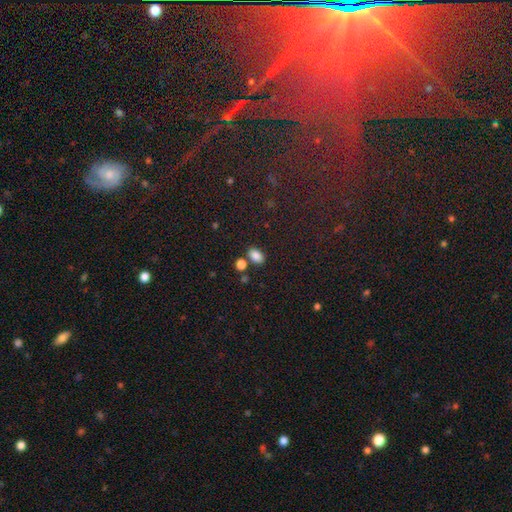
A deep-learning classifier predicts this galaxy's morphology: This appears to be a smooth galaxy with no disk features (84%) that is in between round and cigar-shaped (84%). Merging: none (72%).